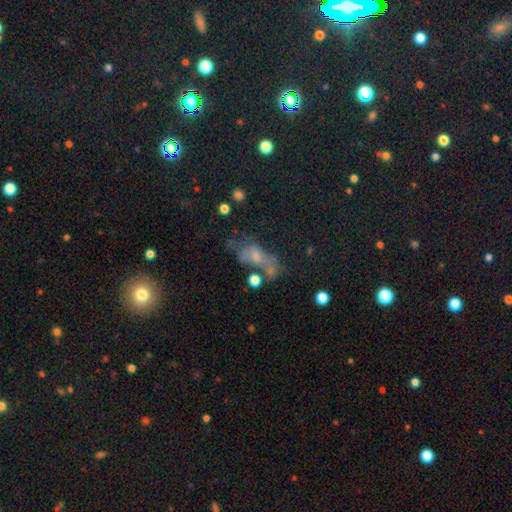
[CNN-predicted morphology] Smooth or featured? smooth (41%)
Merging? none (35%)